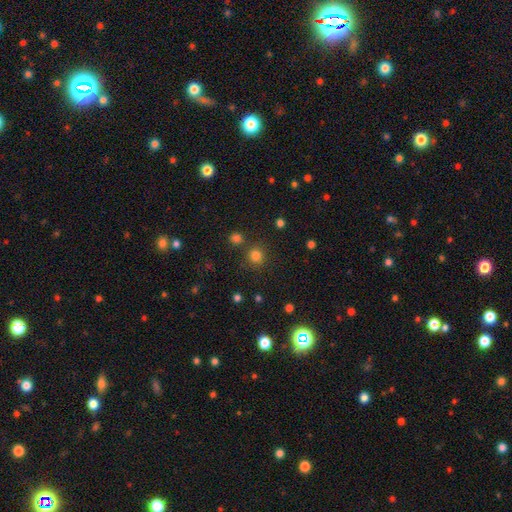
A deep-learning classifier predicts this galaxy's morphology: Smooth or featured? Predicted: smooth (p=0.80). How rounded? Predicted: round (p=0.92). Merging? Predicted: none (p=0.82).